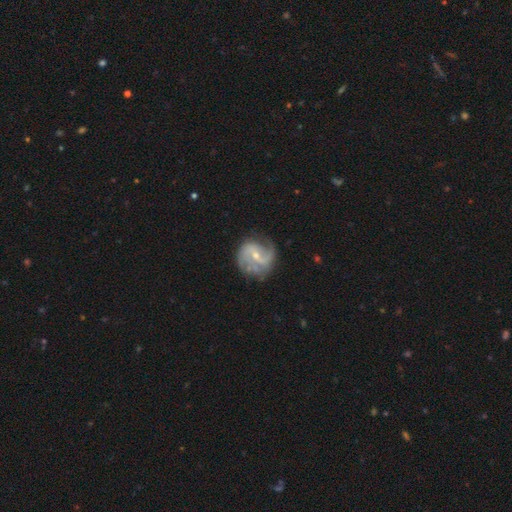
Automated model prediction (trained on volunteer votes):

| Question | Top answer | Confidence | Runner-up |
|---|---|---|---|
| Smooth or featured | featured or disk | 83% | smooth (11%) |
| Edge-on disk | no | 98% | yes (2%) |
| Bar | weak | 50% | no (33%) |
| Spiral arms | yes | 94% | no (6%) |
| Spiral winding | medium | 47% | loose (33%) |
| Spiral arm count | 2 | 71% | can't tell (11%) |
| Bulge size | small | 63% | moderate (33%) |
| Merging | none | 66% | minor disturbance (21%) |